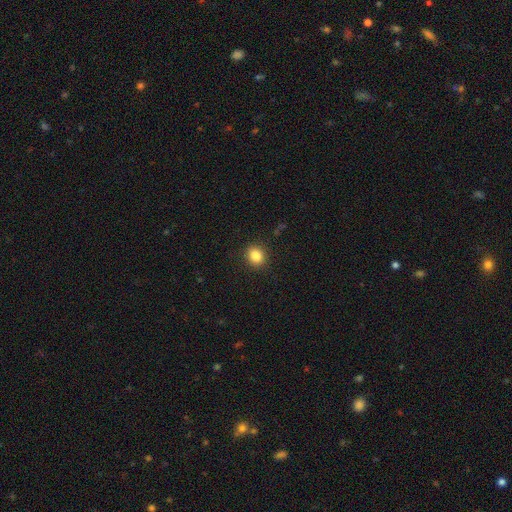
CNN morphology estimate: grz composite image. It shows a smooth galaxy with no disk features (85%) that is round (72%). Merging: none (90%).